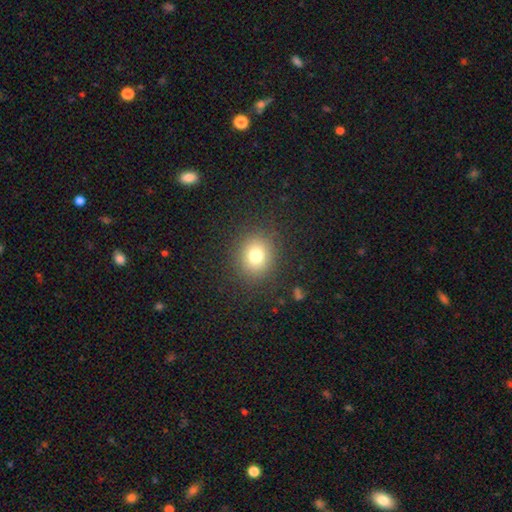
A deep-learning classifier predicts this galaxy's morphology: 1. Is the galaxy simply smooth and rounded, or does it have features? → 76% smooth, 14% star or artifact, 10% featured or disk.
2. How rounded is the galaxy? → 79% round, 20% in between, 1% cigar-shaped.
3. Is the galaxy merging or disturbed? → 87% none, 8% minor disturbance, 4% major disturbance, 1% merger.